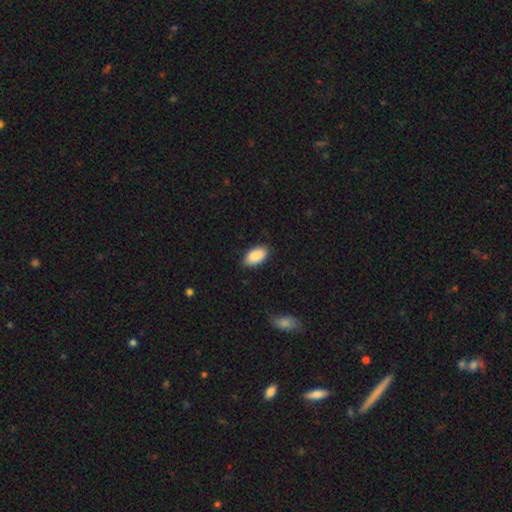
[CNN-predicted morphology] Smooth or featured? smooth (90%)
How rounded? in between (95%)
Merging? none (85%)